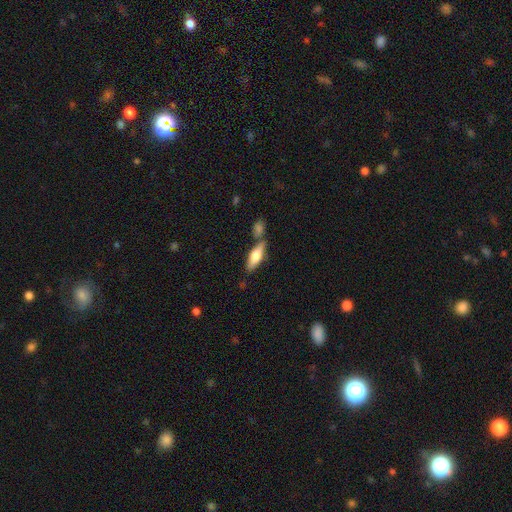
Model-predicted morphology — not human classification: This appears to be a smooth galaxy with no disk features (60%) that is in between round and cigar-shaped (55%). Merging: none (62%).